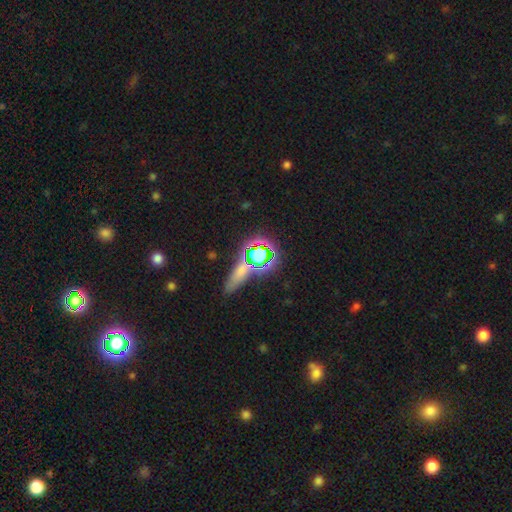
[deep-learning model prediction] The model was most divided on "smooth or featured": star or artifact: 59%, smooth: 28%, featured or disk: 12%.